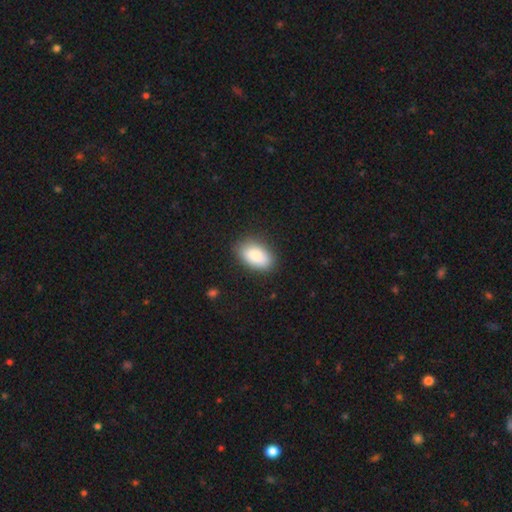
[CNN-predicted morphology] Overall: smooth (86%). How rounded: in between (91%). Merging: none (83%).